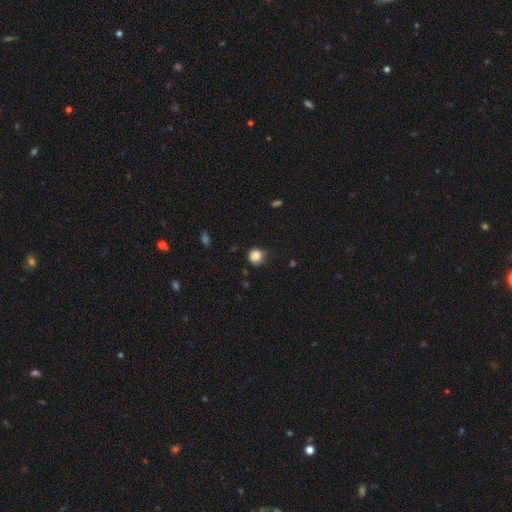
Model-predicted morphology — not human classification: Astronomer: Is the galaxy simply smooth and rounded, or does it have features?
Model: smooth — 86%.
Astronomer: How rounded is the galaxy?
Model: round — 89%.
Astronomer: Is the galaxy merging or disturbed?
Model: none — 72%.